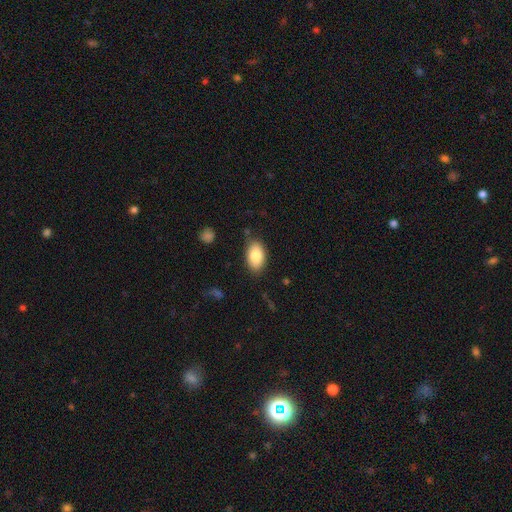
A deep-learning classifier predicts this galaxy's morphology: A smooth galaxy with no disk features (85%) that is in between round and cigar-shaped (93%).

Vote fractions:
- Smooth or featured? smooth: 85% / featured or disk: 9% / star or artifact: 7%
- How rounded? in between: 93% / round: 5% / cigar-shaped: 2%
- Merging? none: 82% / minor disturbance: 13% / major disturbance: 3% / merger: 2%